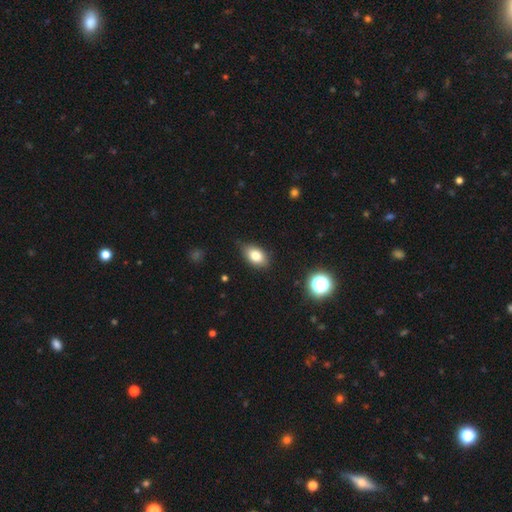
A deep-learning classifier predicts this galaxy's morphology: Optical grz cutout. It shows a smooth galaxy with no disk features (80%) that is in between round and cigar-shaped (86%). Merging: none (78%).